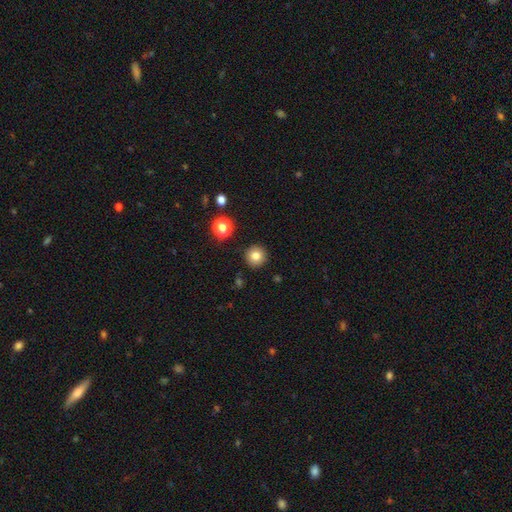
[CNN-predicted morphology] The model was most divided on "smooth or featured": smooth: 82%, star or artifact: 12%, featured or disk: 7%. More confident: how rounded — round (95%); merging — none (91%).